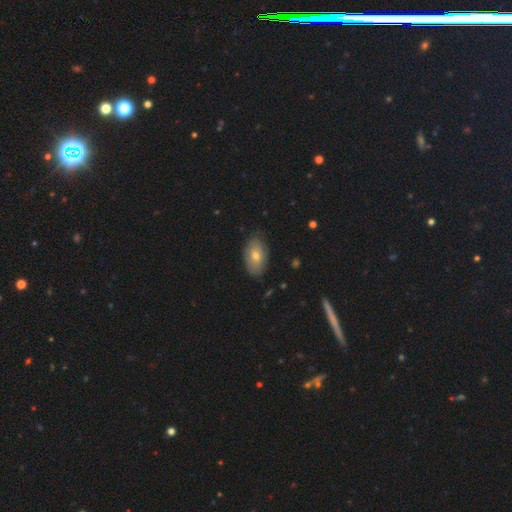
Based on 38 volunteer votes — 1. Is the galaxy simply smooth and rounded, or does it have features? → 68% smooth, 26% featured or disk, 5% star or artifact.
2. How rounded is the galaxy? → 88% in between, 8% round, 4% cigar-shaped.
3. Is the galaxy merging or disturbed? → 78% none, 14% minor disturbance, 6% major disturbance, 3% merger.